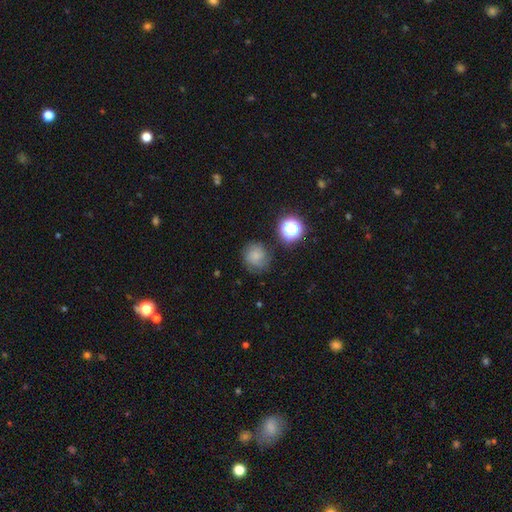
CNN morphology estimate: Smooth or featured? Predicted: smooth (p=0.56). How rounded? Predicted: round (p=0.84). Merging? Predicted: none (p=0.68).